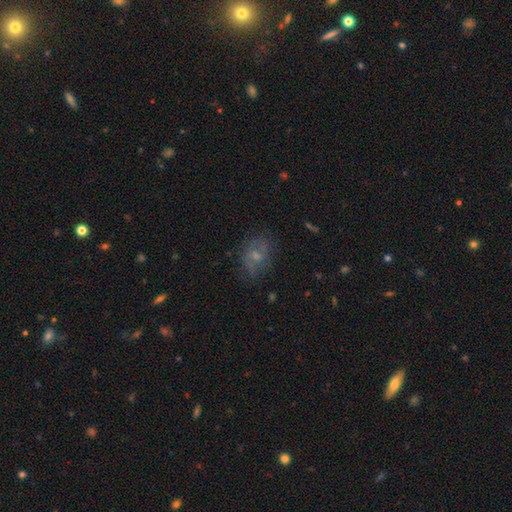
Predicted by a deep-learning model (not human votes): Overall: featured or disk (45%; smooth 40%). Merging: none (67%).